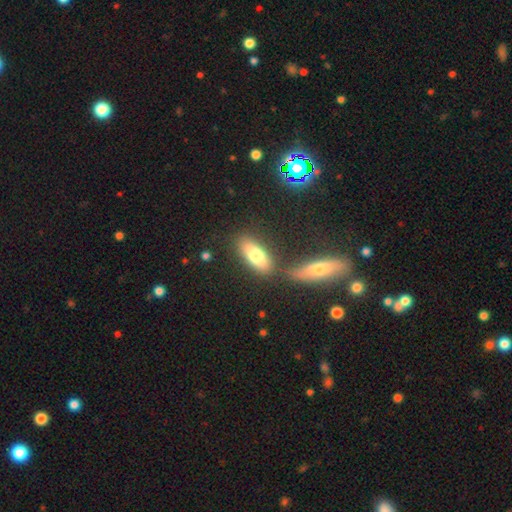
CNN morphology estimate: smooth 75%, featured or disk 18%, star or artifact 7%. Down the decision tree: how rounded — in between (75%); merging — none (70%).